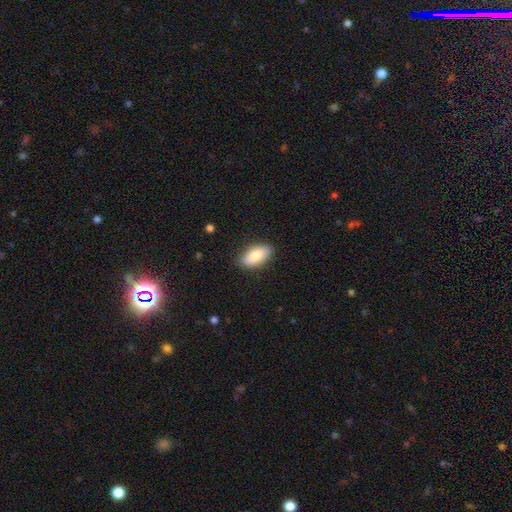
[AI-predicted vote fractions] Smooth or featured? Predicted: smooth (p=0.81). How rounded? Predicted: in between (p=0.91). Merging? Predicted: none (p=0.86).